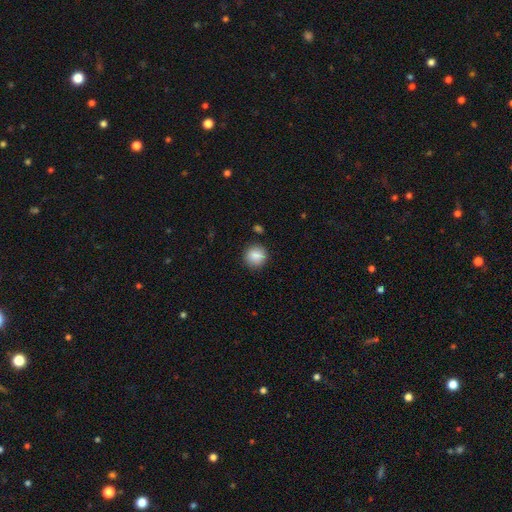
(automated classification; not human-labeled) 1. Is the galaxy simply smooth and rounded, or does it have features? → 86% smooth, 8% star or artifact, 6% featured or disk.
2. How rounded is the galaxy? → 89% round, 10% in between, 1% cigar-shaped.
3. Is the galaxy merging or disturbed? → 86% none, 9% minor disturbance, 2% major disturbance, 2% merger.